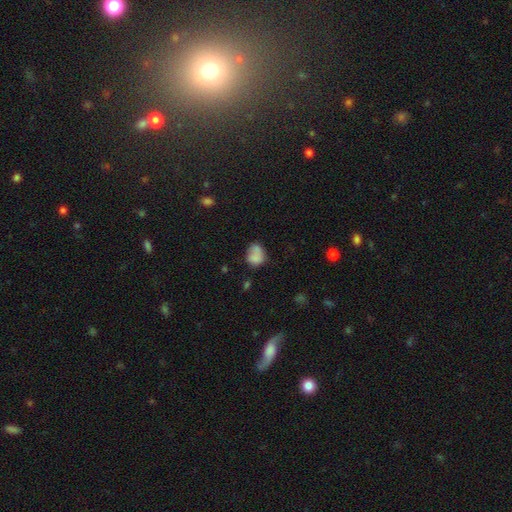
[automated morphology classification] A smooth galaxy with no disk features (75%) that is in between round and cigar-shaped (54%). Merging: none (39%).